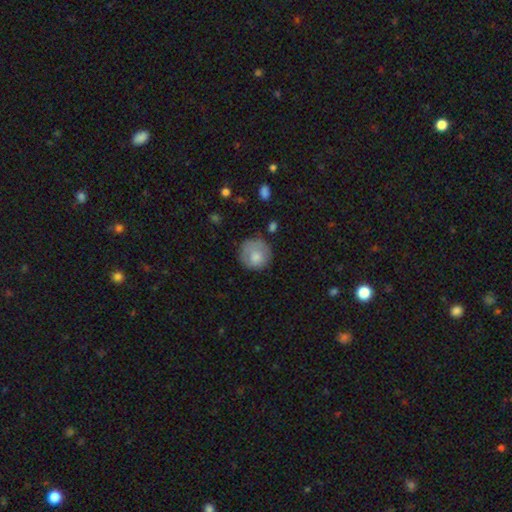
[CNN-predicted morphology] A smooth galaxy with no disk features (76%) that is round (89%).

Vote fractions:
- Smooth or featured? smooth: 76% / featured or disk: 16% / star or artifact: 7%
- How rounded? round: 89% / in between: 10% / cigar-shaped: 1%
- Merging? none: 67% / minor disturbance: 22% / major disturbance: 8% / merger: 3%